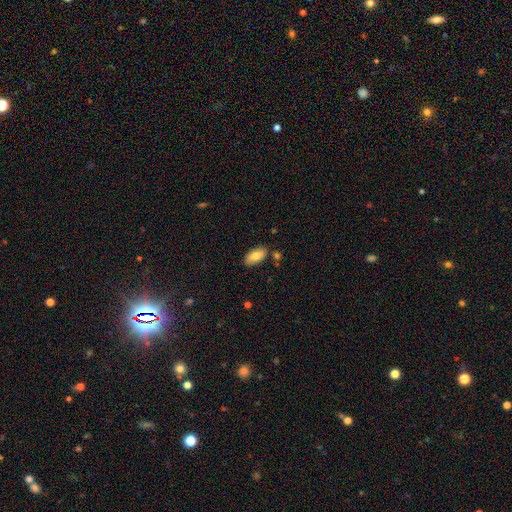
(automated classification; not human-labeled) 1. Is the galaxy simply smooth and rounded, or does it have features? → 78% smooth, 15% featured or disk, 7% star or artifact.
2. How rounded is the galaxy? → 92% in between, 5% cigar-shaped, 3% round.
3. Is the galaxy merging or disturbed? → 82% none, 12% minor disturbance, 4% merger, 2% major disturbance.